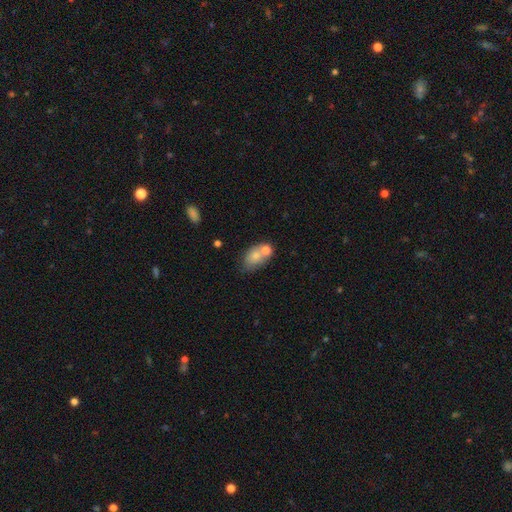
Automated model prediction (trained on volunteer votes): Morphology: type=smooth (70%); roundness=in between (81%); merging=none (39%).